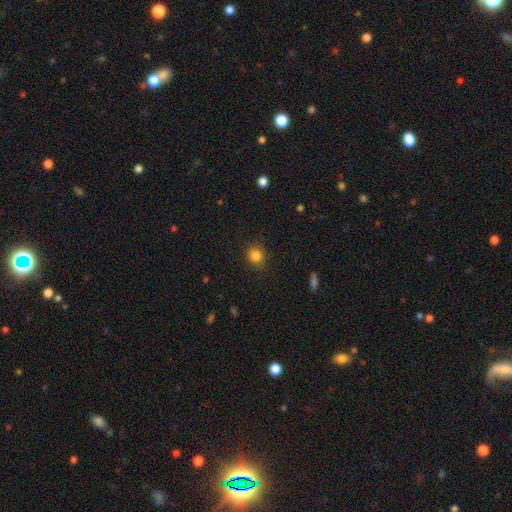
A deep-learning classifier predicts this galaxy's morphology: smooth-or-featured: smooth: 84% | star or artifact: 12% | featured or disk: 4%
  how-rounded: round: 87% | in between: 12% | cigar-shaped: 1%
  merging: none: 88% | minor disturbance: 8% | major disturbance: 3% | merger: 1%